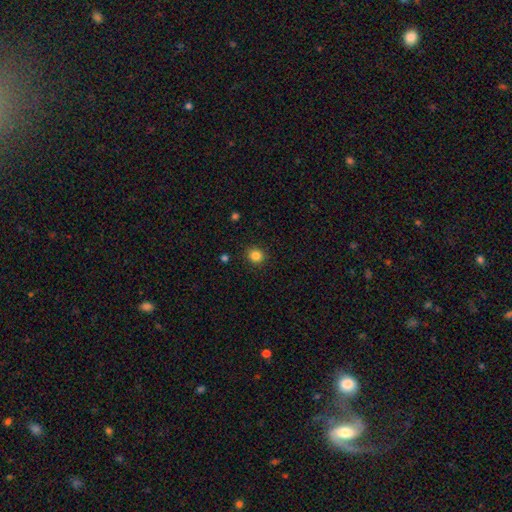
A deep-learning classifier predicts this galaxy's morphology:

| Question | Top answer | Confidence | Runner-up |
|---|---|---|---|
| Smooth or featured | smooth | 84% | star or artifact (12%) |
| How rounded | round | 90% | in between (9%) |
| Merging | none | 91% | minor disturbance (6%) |